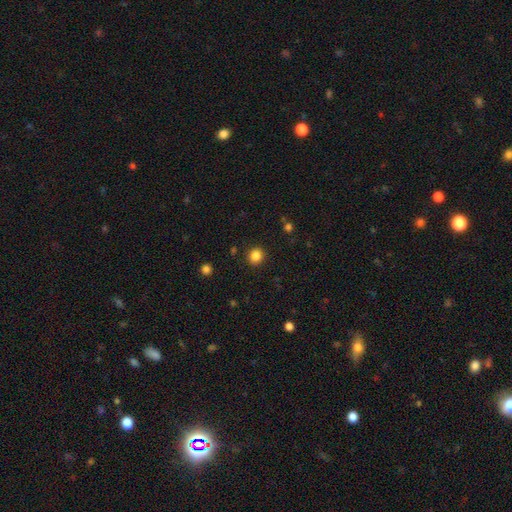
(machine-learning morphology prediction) The model was most divided on "how rounded": round: 85%, in between: 14%, cigar-shaped: 1%. More confident: merging — none (90%); smooth or featured — smooth (85%).